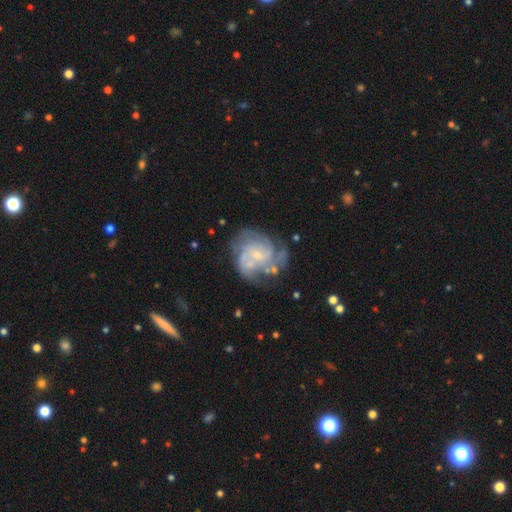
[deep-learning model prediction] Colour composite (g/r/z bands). It shows a featured or disk galaxy (81%) with no bar (63%), tight (45%) spiral arms (90%) and a small central bulge (70%). Merging: none (52%).